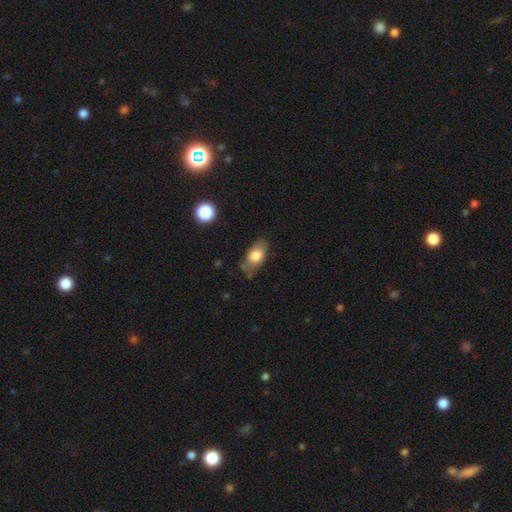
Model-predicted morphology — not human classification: A smooth galaxy with no disk features (75%) that is in between round and cigar-shaped (89%). Merging: none (66%).